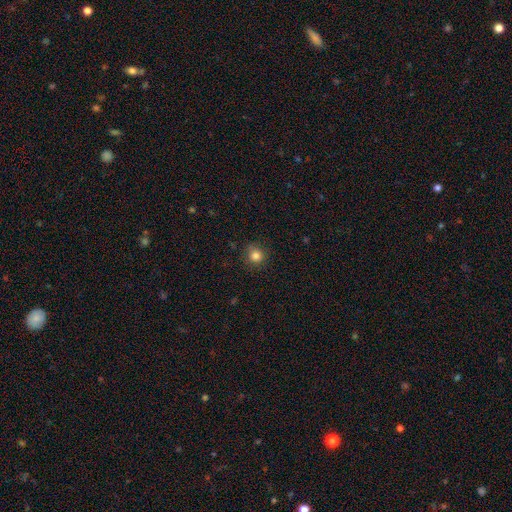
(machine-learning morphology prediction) smooth_or_featured: smooth (p=0.83) [alt: star or artifact p=0.12]
how_rounded: round (p=0.91) [alt: in between p=0.08]
merging: none (p=0.84) [alt: minor disturbance p=0.12]